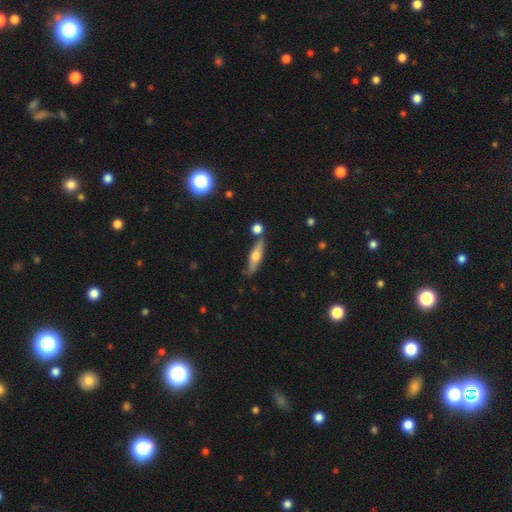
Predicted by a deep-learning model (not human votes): This is possibly a featured or disk galaxy (55%). It is clearly viewed edge-on (90%). Merging: likely none (75%).